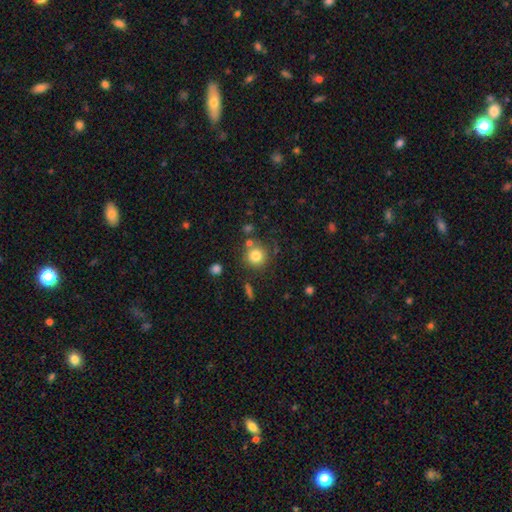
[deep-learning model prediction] This is clearly a smooth galaxy (81%). How rounded: clearly round (92%). Merging: likely none (77%).